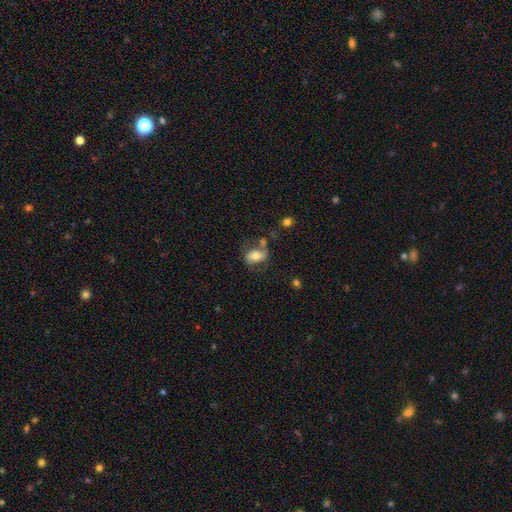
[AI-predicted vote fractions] smooth 58%, featured or disk 33%, star or artifact 8%. Down the decision tree: how rounded — in between (83%); merging — none (49%).